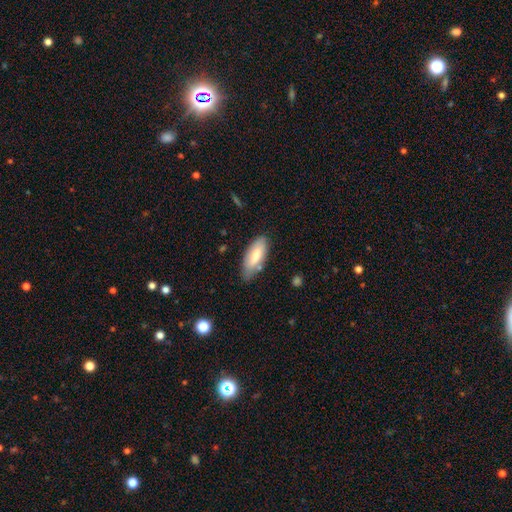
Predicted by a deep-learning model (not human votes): Smooth or featured?
  - smooth: 74% *
  - featured or disk: 20%
  - star or artifact: 6%
How rounded?
  - in between: 79% *
  - cigar-shaped: 20%
  - round: 2%
Merging?
  - none: 71% *
  - minor disturbance: 22%
  - major disturbance: 4%
  - merger: 3%